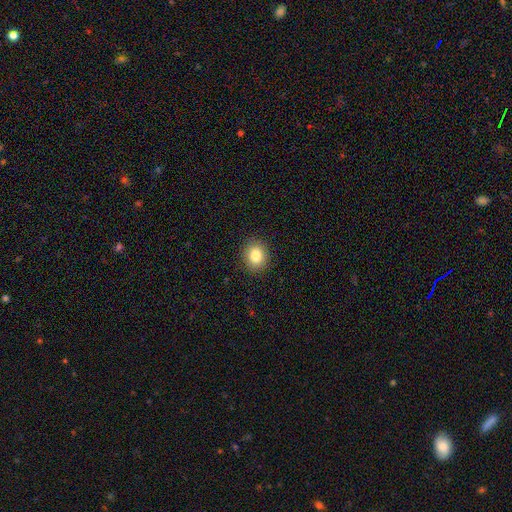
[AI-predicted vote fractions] Q: Smooth or featured?
A: smooth (82%); runner-up: star or artifact (10%)
Q: How rounded?
A: round (71%); runner-up: in between (28%)
Q: Merging?
A: none (91%); runner-up: minor disturbance (6%)